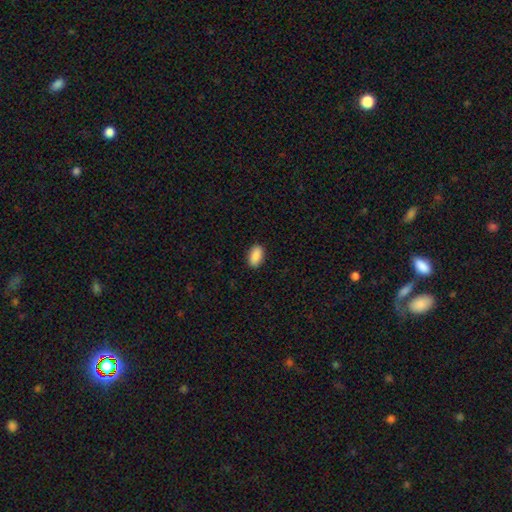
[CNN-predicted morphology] smooth_or_featured: smooth (p=0.90) [alt: star or artifact p=0.07]
how_rounded: in between (p=0.93) [alt: round p=0.05]
merging: none (p=0.90) [alt: minor disturbance p=0.08]